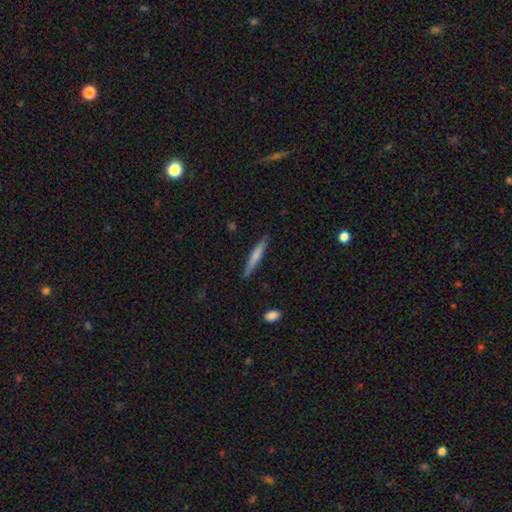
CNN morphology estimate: type=smooth (68%); roundness=cigar-shaped (94%); merging=none (87%).